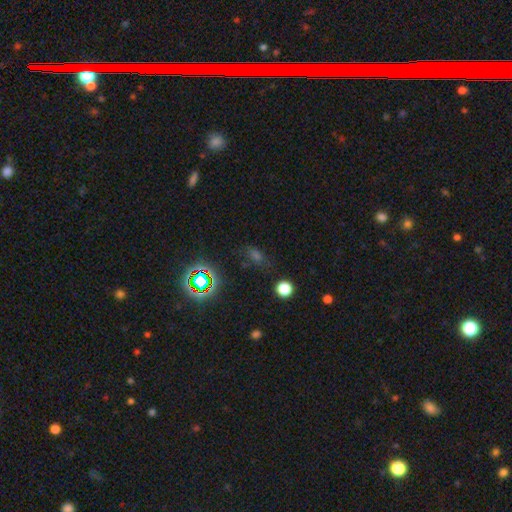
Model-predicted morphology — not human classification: A star or artifact, not a galaxy (46%).